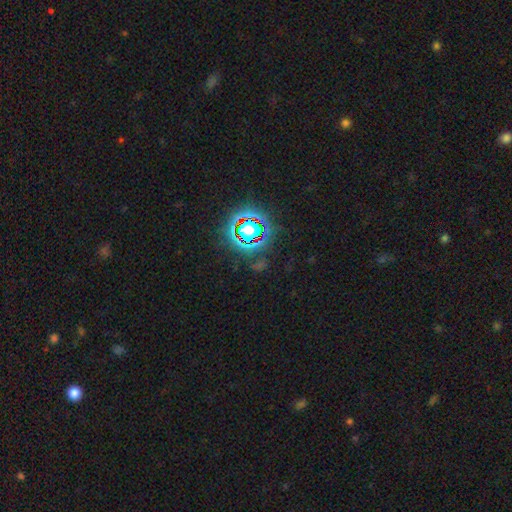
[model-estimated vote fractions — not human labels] Morphology: type=star or artifact (81%).